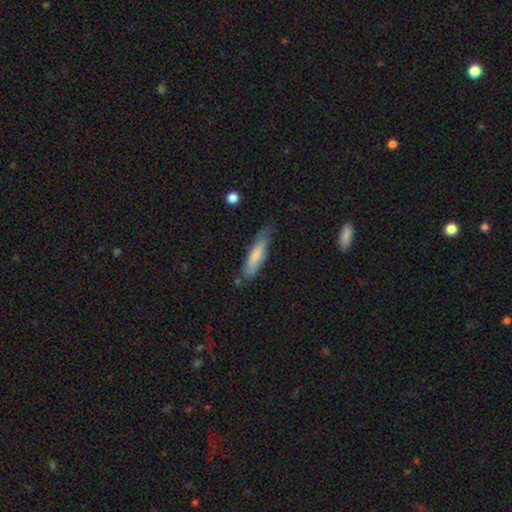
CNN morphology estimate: Smooth or featured: smooth — 74% (featured or disk — 20%)
How rounded: cigar-shaped — 73% (in between — 26%)
Merging: none — 62% (minor disturbance — 29%)